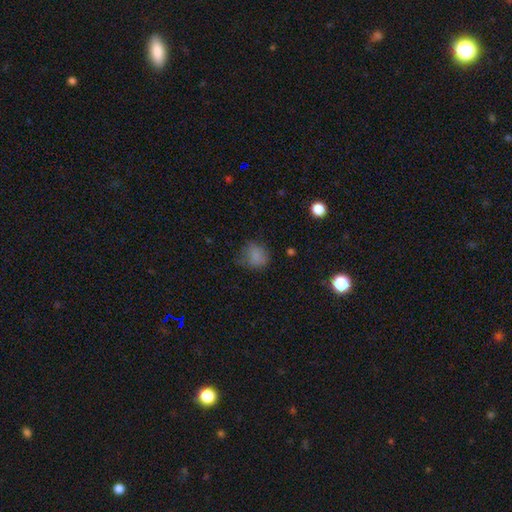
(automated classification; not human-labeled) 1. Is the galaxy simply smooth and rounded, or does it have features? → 77% smooth, 13% star or artifact, 10% featured or disk.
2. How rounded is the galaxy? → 69% round, 30% in between, 1% cigar-shaped.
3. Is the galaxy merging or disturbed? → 54% none, 29% minor disturbance, 15% major disturbance, 2% merger.